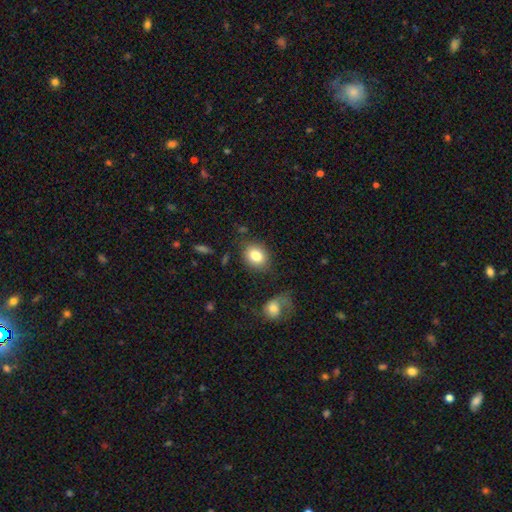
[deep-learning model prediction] This is clearly a smooth galaxy (83%). How rounded: possibly in between (50%). Merging: likely none (79%).